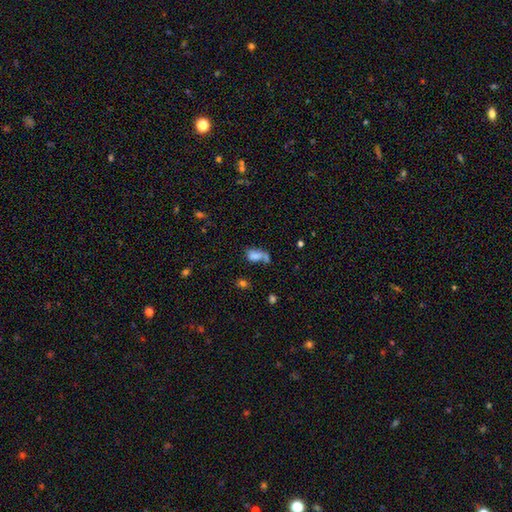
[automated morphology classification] Smooth or featured: smooth — 71% (featured or disk — 16%)
How rounded: in between — 81% (round — 15%)
Merging: merger — 47% (none — 26%)